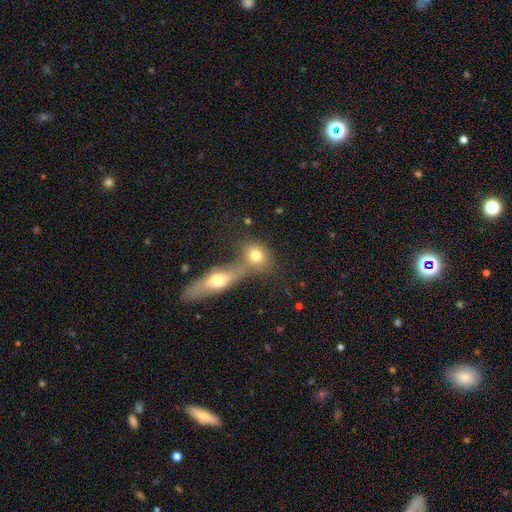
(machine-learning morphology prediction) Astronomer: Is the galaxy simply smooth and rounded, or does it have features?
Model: smooth — 74%.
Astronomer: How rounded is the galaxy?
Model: round — 55% (runner-up: in between, 40%).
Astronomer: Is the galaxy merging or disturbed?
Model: merger — 48% (runner-up: none, 41%).